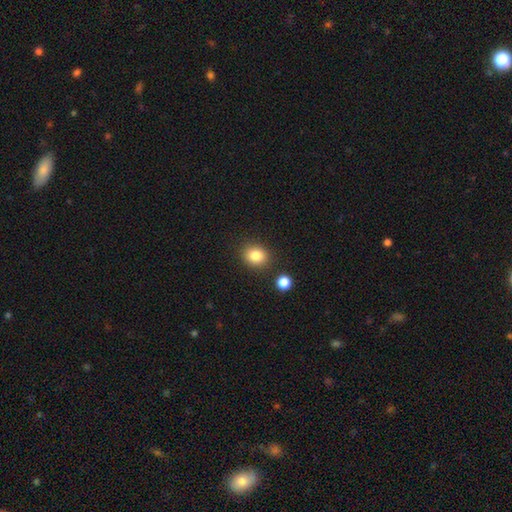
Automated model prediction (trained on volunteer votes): Overall: smooth (84%). How rounded: round (67%; in between 32%). Merging: none (85%).